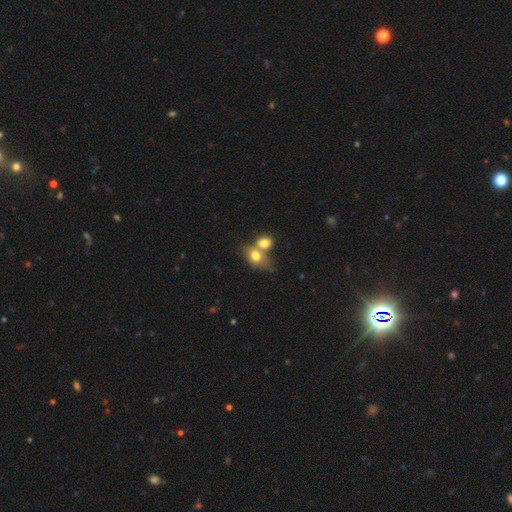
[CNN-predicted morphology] This is likely a smooth galaxy (74%). How rounded: likely in between (69%). Merging: likely merger (63%).